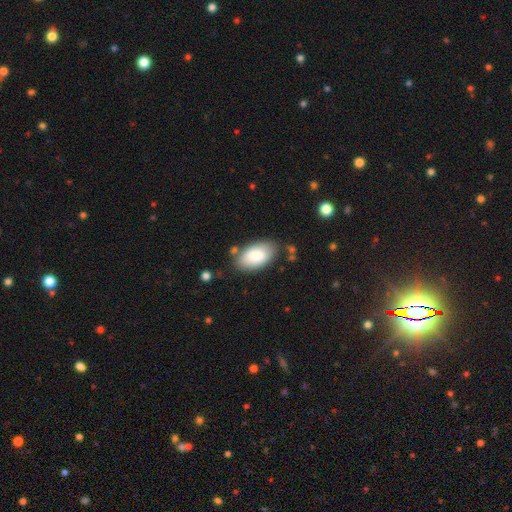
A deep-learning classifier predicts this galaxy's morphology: A smooth galaxy with no disk features (85%) that is in between round and cigar-shaped (95%).

Vote fractions:
- Smooth or featured? smooth: 85% / featured or disk: 8% / star or artifact: 6%
- How rounded? in between: 95% / round: 3% / cigar-shaped: 2%
- Merging? none: 77% / minor disturbance: 15% / major disturbance: 4% / merger: 4%